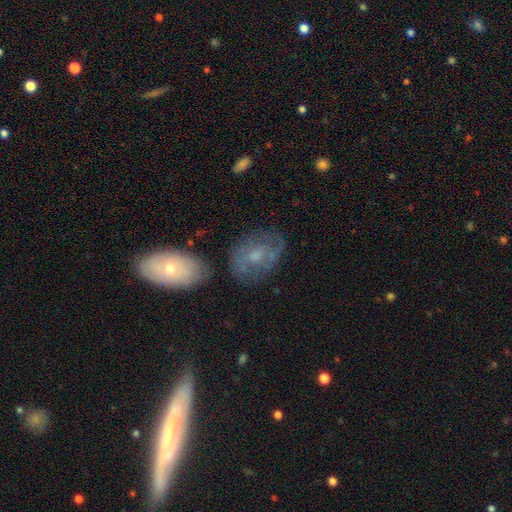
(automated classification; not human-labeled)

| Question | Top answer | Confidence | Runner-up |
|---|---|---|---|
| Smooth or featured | featured or disk | 54% | smooth (36%) |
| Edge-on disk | no | 95% | yes (5%) |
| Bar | no | 73% | weak (23%) |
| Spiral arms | yes | 60% | no (40%) |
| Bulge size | small | 47% | moderate (41%) |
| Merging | none | 62% | minor disturbance (21%) |